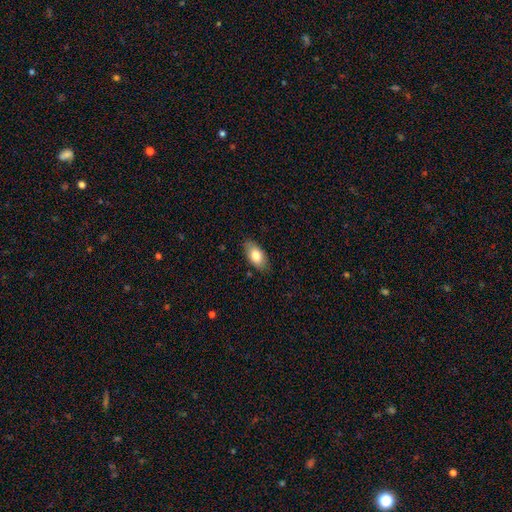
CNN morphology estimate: This appears to be a smooth galaxy with no disk features (79%) that is in between round and cigar-shaped (92%). Merging: none (84%).